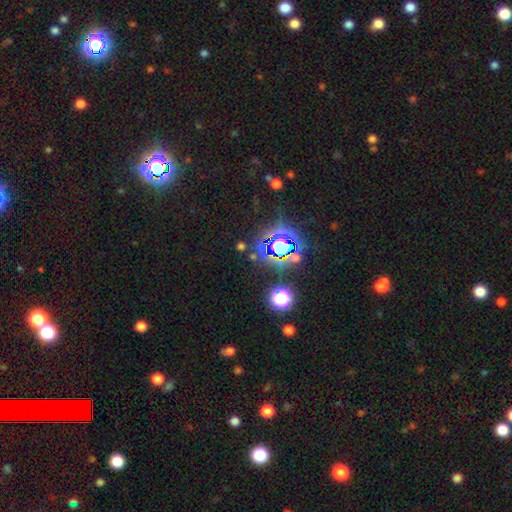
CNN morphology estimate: star or artifact 76%, smooth 15%, featured or disk 9%.